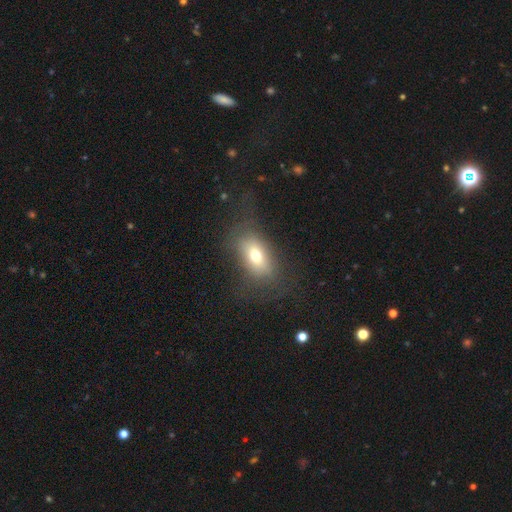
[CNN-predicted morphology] Smooth or featured? smooth (69%)
How rounded? in between (82%)
Merging? none (67%)